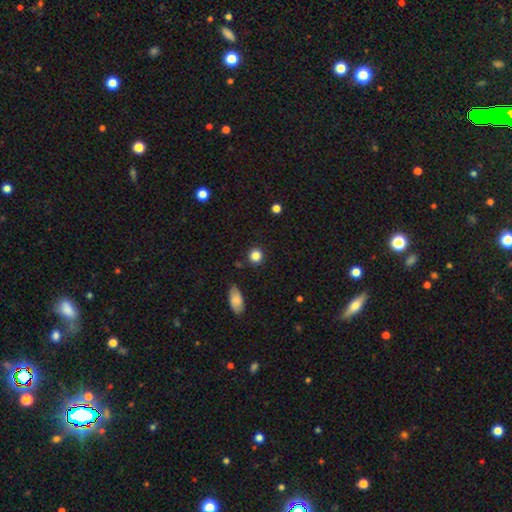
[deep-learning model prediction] Smooth or featured: smooth — 85% (star or artifact — 11%)
How rounded: round — 90% (in between — 9%)
Merging: none — 88% (minor disturbance — 7%)